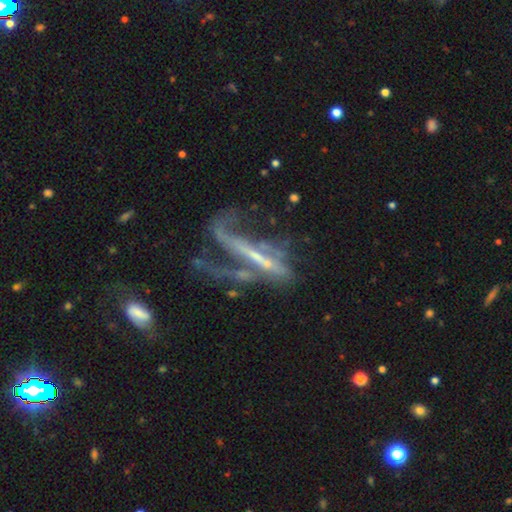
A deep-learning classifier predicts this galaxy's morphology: Smooth or featured: featured or disk — 73% (smooth — 16%)
Edge-on disk: no — 67% (yes — 33%)
Merging: major disturbance — 47% (none — 22%)